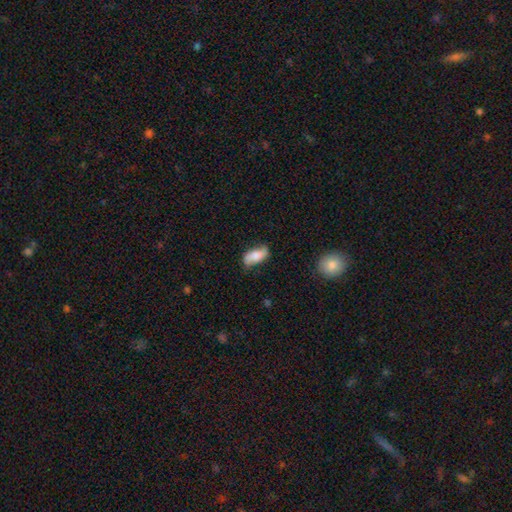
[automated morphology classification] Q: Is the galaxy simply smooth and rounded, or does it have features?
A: smooth — 75%.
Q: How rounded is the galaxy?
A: in between — 87%.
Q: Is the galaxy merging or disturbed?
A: none — 70%.